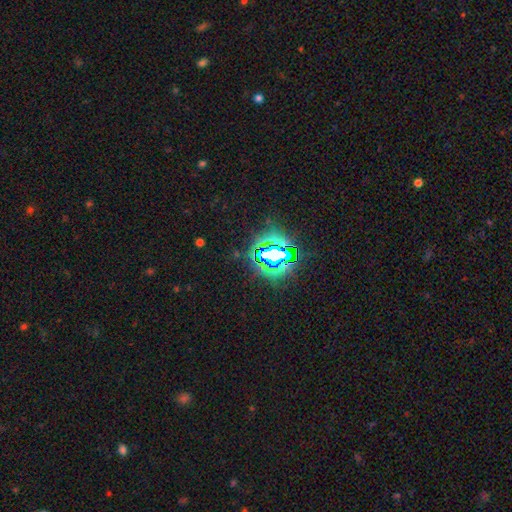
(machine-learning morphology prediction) smooth-or-featured: star or artifact: 77% | smooth: 14% | featured or disk: 10%